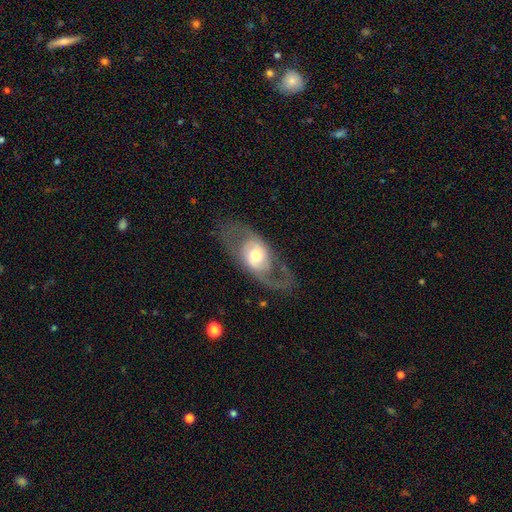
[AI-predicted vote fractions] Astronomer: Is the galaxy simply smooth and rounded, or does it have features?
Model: featured or disk — 72%.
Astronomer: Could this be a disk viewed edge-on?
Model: no — 89%.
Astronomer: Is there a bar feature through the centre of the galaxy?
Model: no — 68%.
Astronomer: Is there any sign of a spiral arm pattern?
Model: yes — 63%.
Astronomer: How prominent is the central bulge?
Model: moderate — 64%.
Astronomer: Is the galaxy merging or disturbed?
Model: none — 73%.